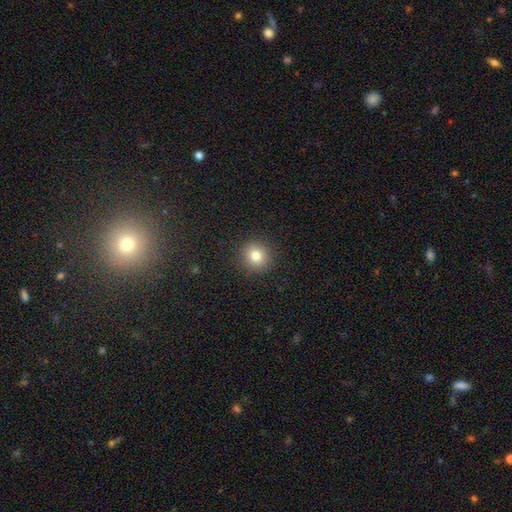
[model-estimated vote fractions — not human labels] This appears to be a smooth galaxy with no disk features (80%) that is round (93%). Merging: none (91%).